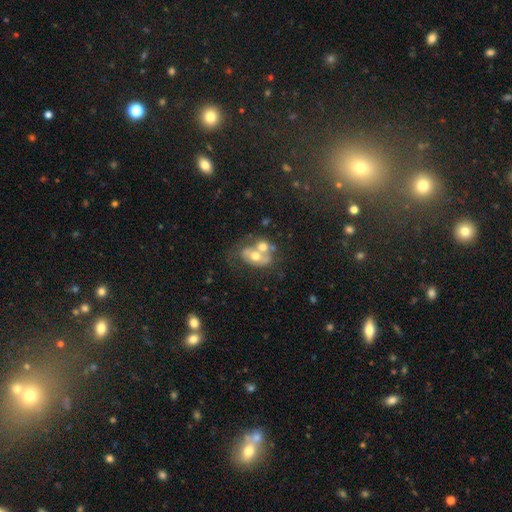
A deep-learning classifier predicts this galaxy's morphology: Smooth or featured?
  - featured or disk: 48% *
  - smooth: 42%
  - star or artifact: 9%
Merging?
  - merger: 52% *
  - none: 25%
  - minor disturbance: 13%
  - major disturbance: 10%